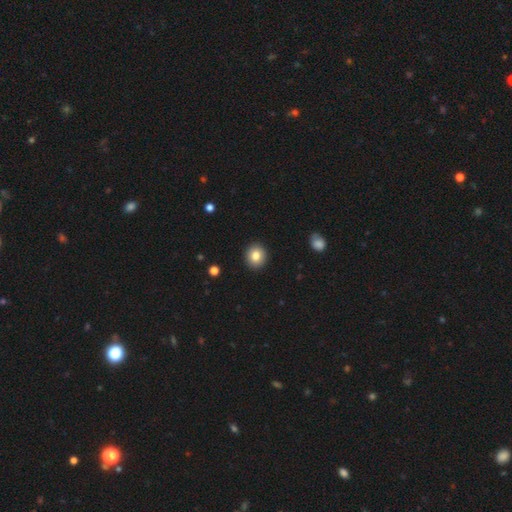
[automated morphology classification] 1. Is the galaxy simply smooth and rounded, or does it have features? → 83% smooth, 9% star or artifact, 8% featured or disk.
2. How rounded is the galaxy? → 83% round, 16% in between, 1% cigar-shaped.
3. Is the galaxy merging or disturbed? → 92% none, 5% minor disturbance, 2% major disturbance, 1% merger.